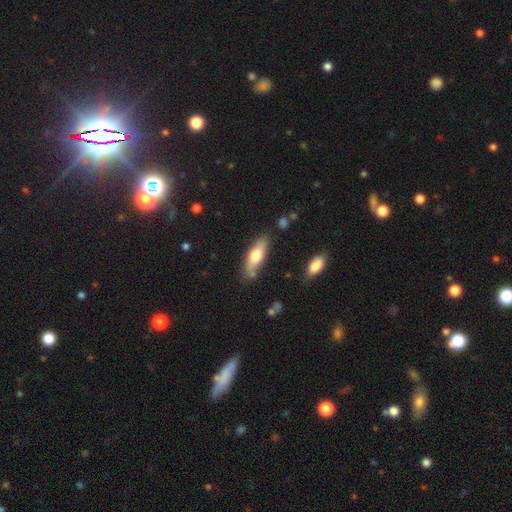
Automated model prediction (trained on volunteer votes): smooth 61%, featured or disk 34%, star or artifact 6%. Down the decision tree: how rounded — in between (50%); merging — none (77%).